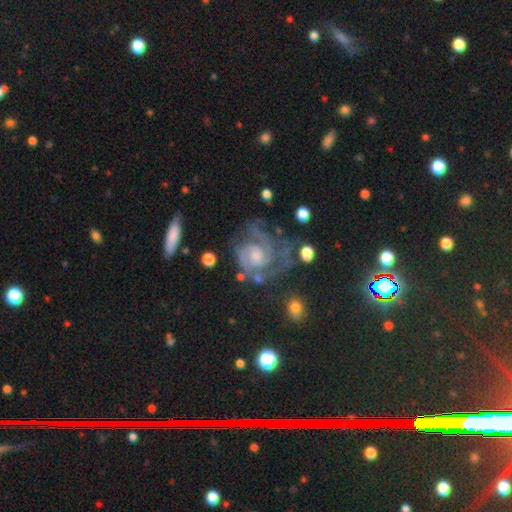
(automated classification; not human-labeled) The model was most divided on "bulge size": moderate: 45%, small: 34%, none: 10%, large: 9%, dominant: 2%. Remaining: edge-on disk — no (97%); spiral arms — yes (95%); smooth or featured — featured or disk (84%); bar — no (63%); spiral winding — tight (57%); merging — none (55%); spiral arm count — 2 (42%).